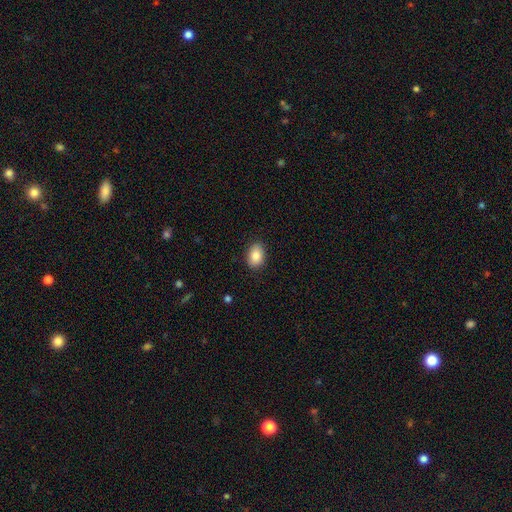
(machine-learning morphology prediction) Overall: smooth (87%). How rounded: in between (82%). Merging: none (87%).